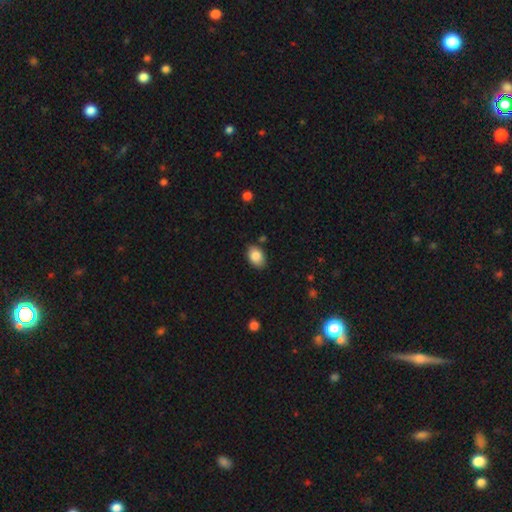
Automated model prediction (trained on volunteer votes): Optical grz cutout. It shows a smooth galaxy with no disk features (86%) that is in between round and cigar-shaped (85%). Merging: none (81%).